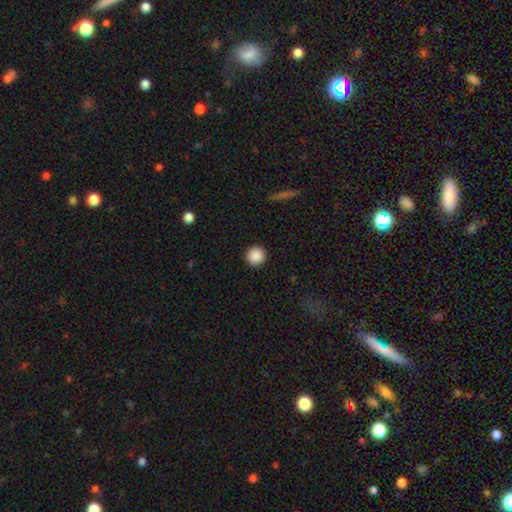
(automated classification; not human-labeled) smooth_or_featured: smooth (p=0.89) [alt: star or artifact p=0.08]
how_rounded: round (p=0.96) [alt: in between p=0.03]
merging: none (p=0.93) [alt: minor disturbance p=0.05]